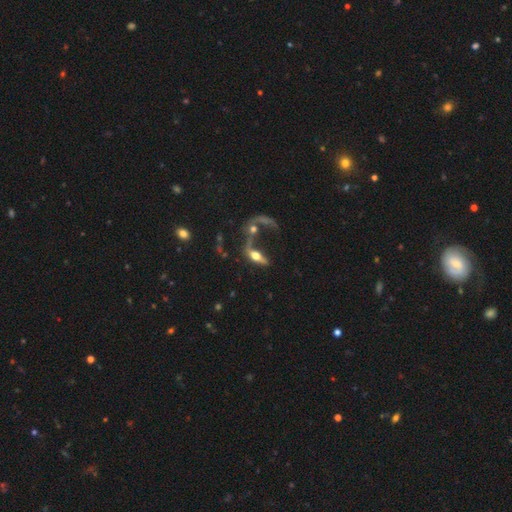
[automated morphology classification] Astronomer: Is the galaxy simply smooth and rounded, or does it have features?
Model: featured or disk — 50% (runner-up: smooth, 39%).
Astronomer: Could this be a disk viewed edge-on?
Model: yes — 67%.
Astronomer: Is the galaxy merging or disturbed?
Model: merger — 39% (runner-up: none, 29%).